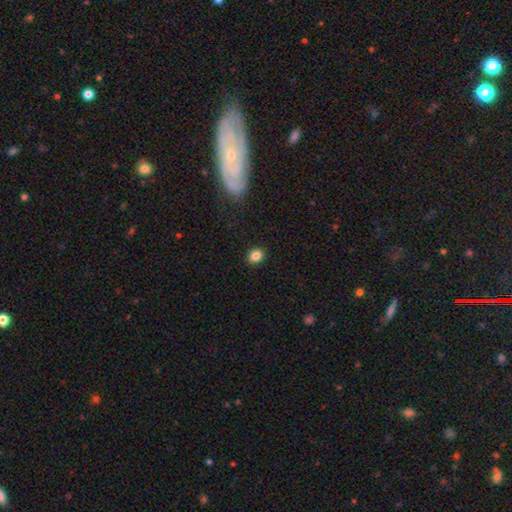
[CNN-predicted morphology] Smooth or featured: smooth — 85% (star or artifact — 11%)
How rounded: round — 59% (in between — 40%)
Merging: none — 90% (minor disturbance — 7%)